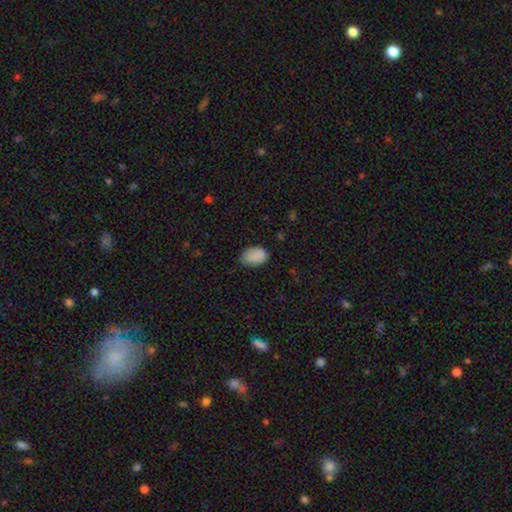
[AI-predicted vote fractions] Morphology: type=smooth (88%); roundness=in between (88%); merging=none (70%).